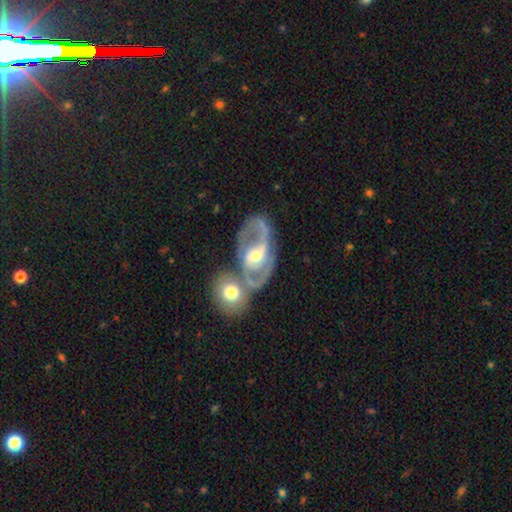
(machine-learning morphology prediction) Q: Smooth or featured?
A: featured or disk (81%); runner-up: smooth (13%)
Q: Edge-on disk?
A: no (95%); runner-up: yes (5%)
Q: Bar?
A: no (41%); runner-up: weak (39%)
Q: Spiral arms?
A: yes (84%); runner-up: no (16%)
Q: Spiral winding?
A: medium (53%); runner-up: loose (24%)
Q: Spiral arm count?
A: 2 (80%); runner-up: can't tell (10%)
Q: Bulge size?
A: moderate (58%); runner-up: small (35%)
Q: Merging?
A: none (39%); runner-up: merger (36%)